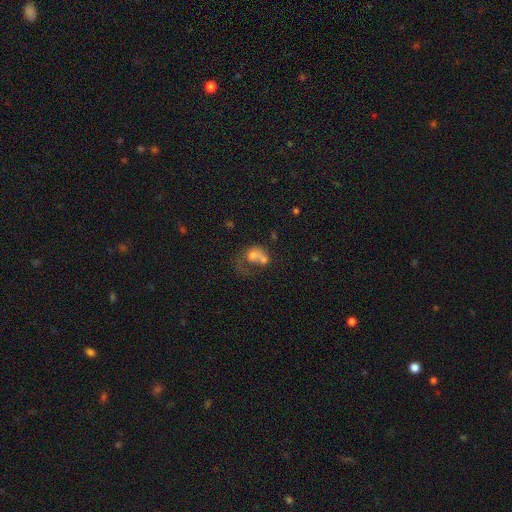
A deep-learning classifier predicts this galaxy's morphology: Overall: smooth (56%; featured or disk 33%). How rounded: in between (50%; round 49%). Merging: merger (55%; major disturbance 23%).